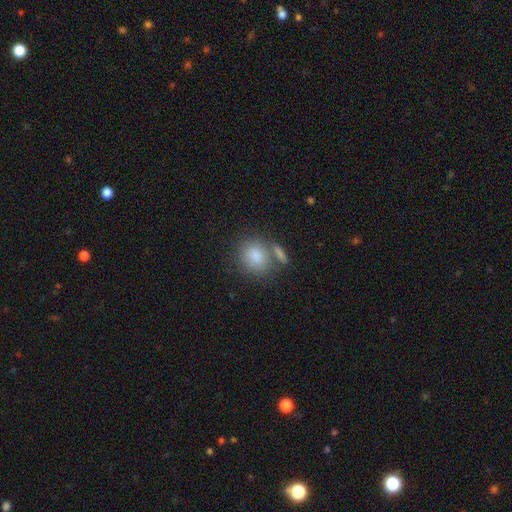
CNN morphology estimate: Smooth or featured? Predicted: smooth (p=0.82). How rounded? Predicted: round (p=0.69). Merging? Predicted: none (p=0.61).